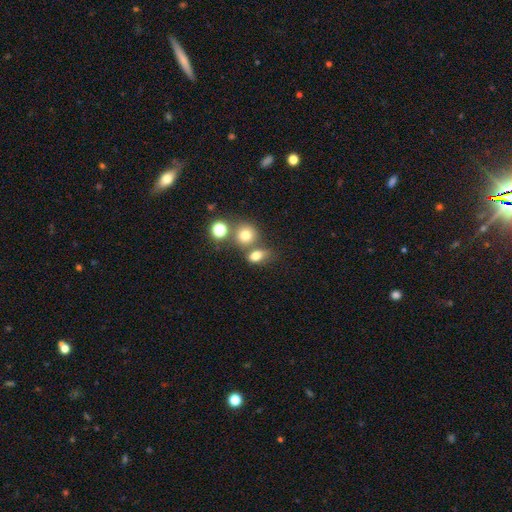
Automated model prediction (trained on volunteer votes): Overall: smooth (75%). How rounded: in between (60%; round 38%). Merging: none (50%; merger 30%).